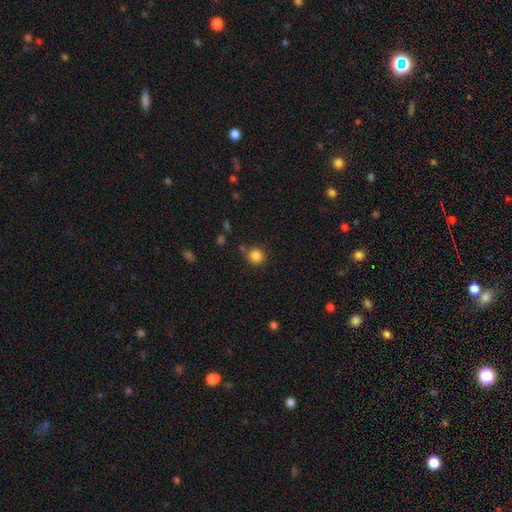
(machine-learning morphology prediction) smooth-or-featured: smooth: 85% | star or artifact: 11% | featured or disk: 4%
  how-rounded: round: 89% | in between: 10% | cigar-shaped: 1%
  merging: none: 80% | minor disturbance: 11% | merger: 6% | major disturbance: 3%